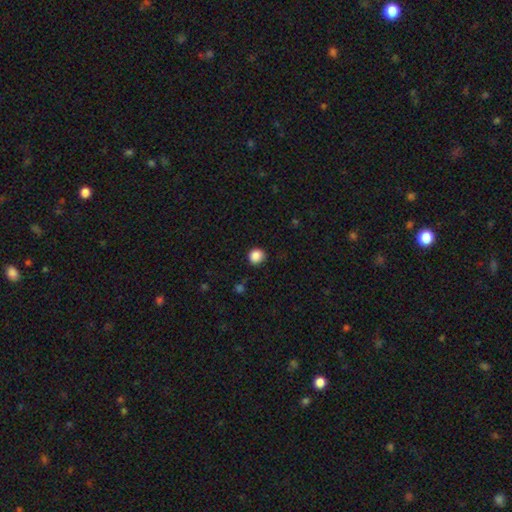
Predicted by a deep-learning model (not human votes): This appears to be a smooth galaxy with no disk features (87%) that is round (85%). Merging: none (86%).